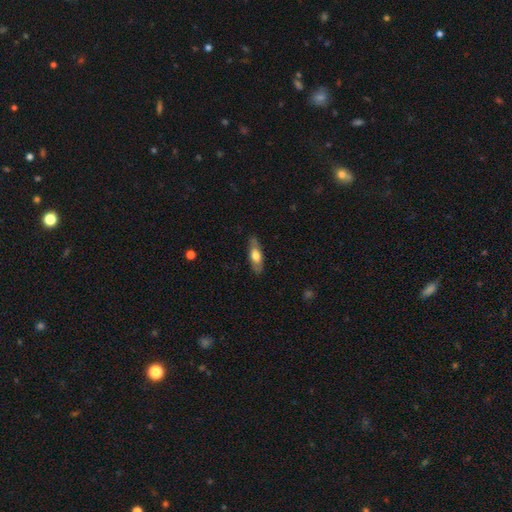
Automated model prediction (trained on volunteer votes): Morphology: type=smooth (55%); roundness=in between (61%); merging=none (80%).